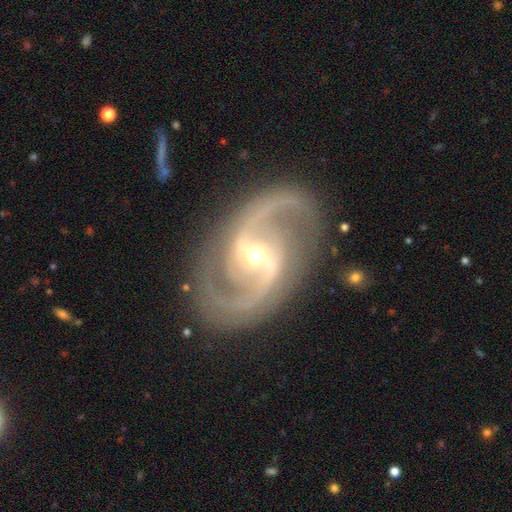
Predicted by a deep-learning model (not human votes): Smooth or featured? featured or disk (93%)
Edge-on disk? no (97%)
Bar? weak (42%)
Spiral arms? yes (98%)
Spiral winding? medium (60%)
Spiral arm count? 2 (91%)
Bulge size? small (49%)
Merging? none (83%)